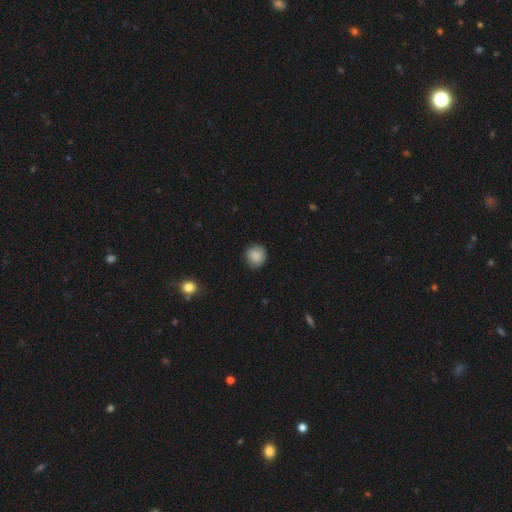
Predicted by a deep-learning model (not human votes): smooth 87%, star or artifact 8%, featured or disk 4%. Down the decision tree: how rounded — round (84%); merging — none (84%).